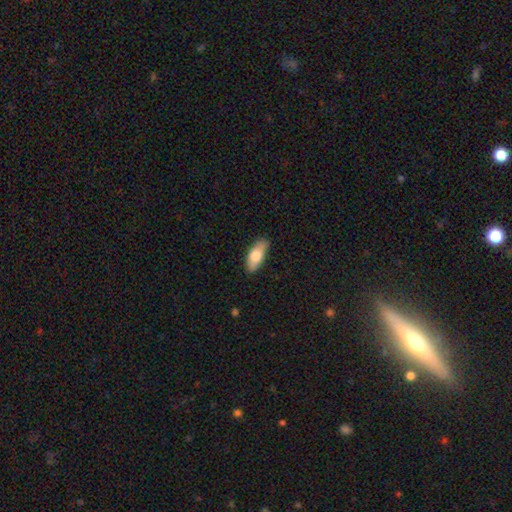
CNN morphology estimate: Smooth or featured? Predicted: smooth (p=0.74). How rounded? Predicted: in between (p=0.79). Merging? Predicted: none (p=0.77).